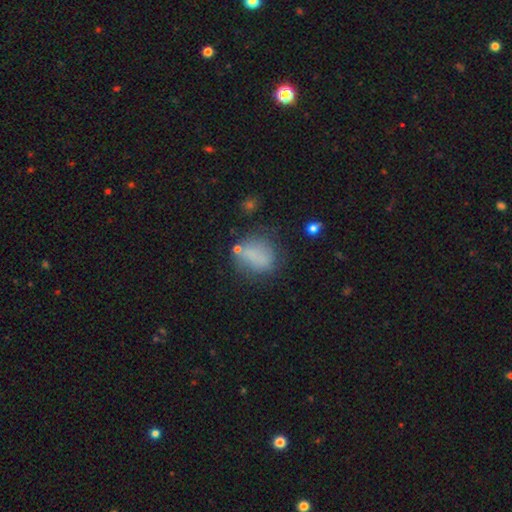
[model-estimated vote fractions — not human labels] smooth-or-featured: smooth: 73% | featured or disk: 15% | star or artifact: 12%
  how-rounded: round: 65% | in between: 33% | cigar-shaped: 2%
  merging: none: 58% | minor disturbance: 23% | major disturbance: 12% | merger: 6%